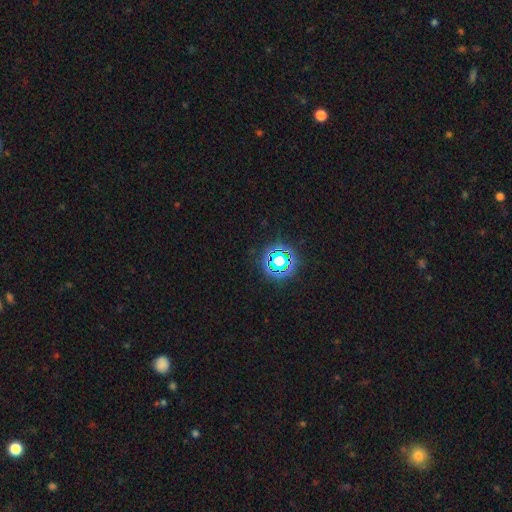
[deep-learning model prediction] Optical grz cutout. It shows a star or artifact, not a galaxy (78%).